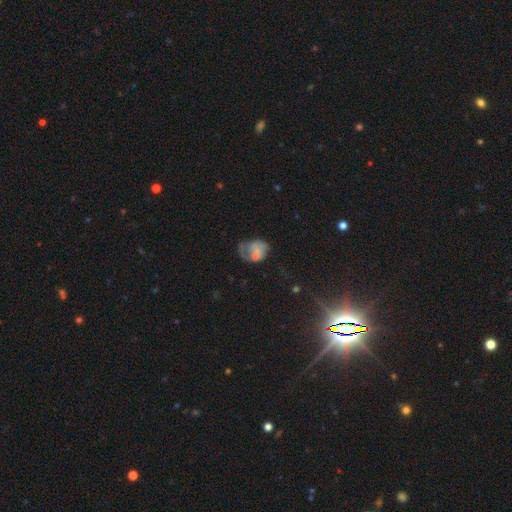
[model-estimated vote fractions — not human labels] The model was most divided on "merging": none: 36%, major disturbance: 30%, minor disturbance: 26%, merger: 8%. Remaining: smooth or featured — featured or disk (44%).